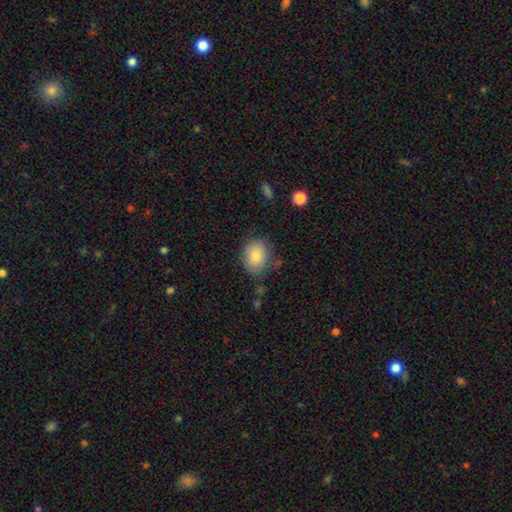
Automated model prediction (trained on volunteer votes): smooth 81%, featured or disk 12%, star or artifact 7%. Down the decision tree: how rounded — in between (68%); merging — none (72%).